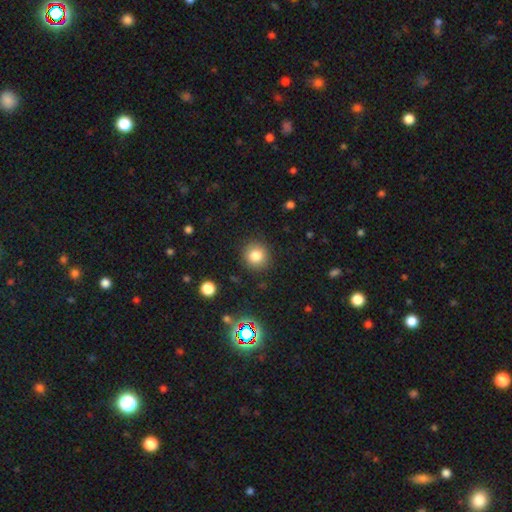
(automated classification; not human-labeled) Morphology: type=smooth (81%); roundness=round (91%); merging=none (89%).